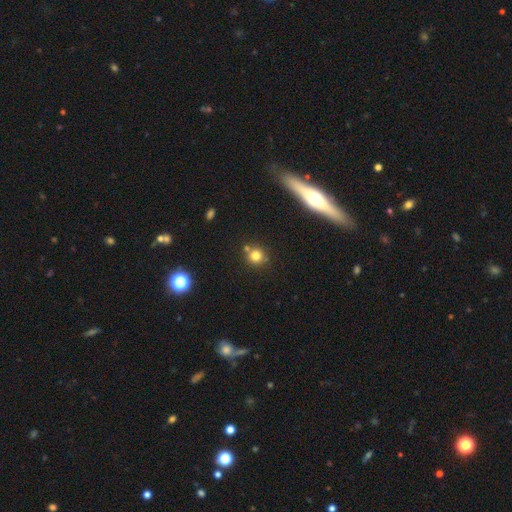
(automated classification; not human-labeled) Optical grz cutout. It shows a smooth galaxy with no disk features (77%) that is round (91%). Merging: none (72%).